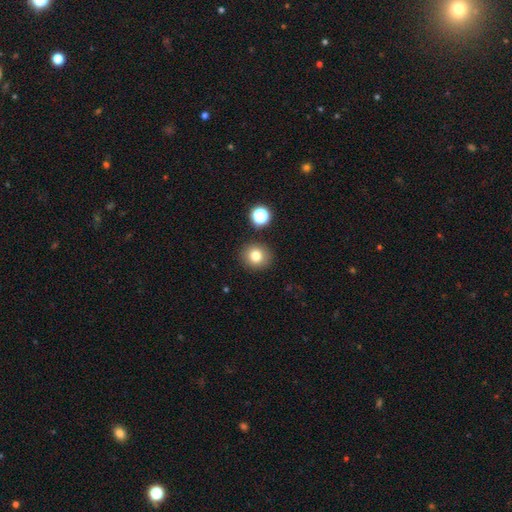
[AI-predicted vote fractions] This is likely a smooth galaxy (79%). How rounded: clearly round (86%). Merging: clearly none (88%).